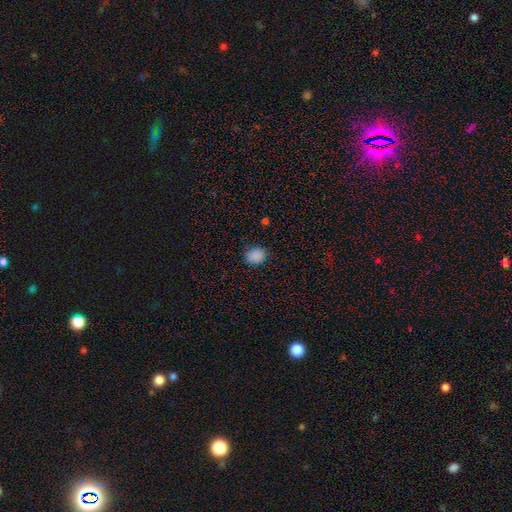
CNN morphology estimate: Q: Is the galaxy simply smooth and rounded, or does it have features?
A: smooth — 87%.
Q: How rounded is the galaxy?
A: round — 63%.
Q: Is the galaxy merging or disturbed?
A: none — 86%.